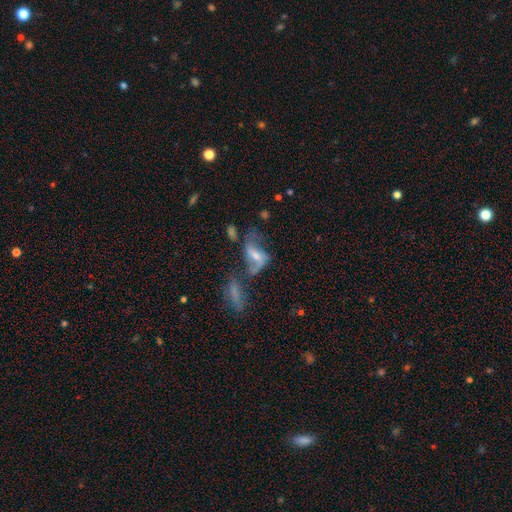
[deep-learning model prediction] The model was most divided on "bulge size": moderate: 43%, small: 41%, none: 10%, large: 5%, dominant: 1%. Remaining: edge-on disk — no (94%); spiral arms — yes (84%); spiral arm count — 2 (83%); smooth or featured — featured or disk (71%); spiral winding — loose (70%); bar — weak (44%); merging — none (36%).